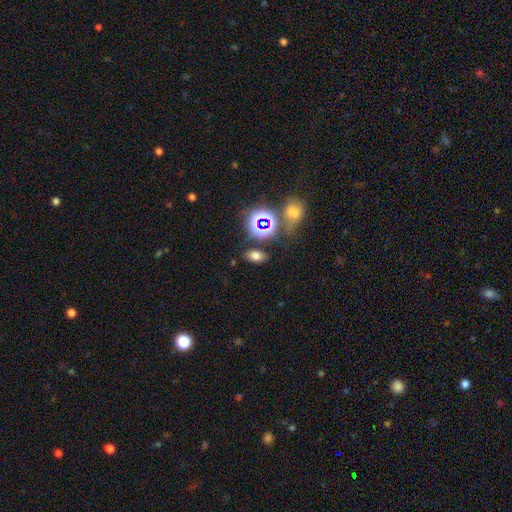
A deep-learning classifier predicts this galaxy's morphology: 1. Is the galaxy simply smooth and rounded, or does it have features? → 65% smooth, 26% star or artifact, 9% featured or disk.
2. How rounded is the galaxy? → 84% in between, 13% round, 3% cigar-shaped.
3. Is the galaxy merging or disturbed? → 82% none, 10% minor disturbance, 5% merger, 3% major disturbance.